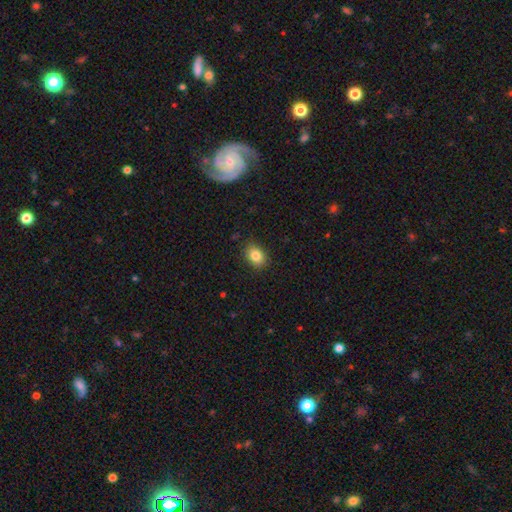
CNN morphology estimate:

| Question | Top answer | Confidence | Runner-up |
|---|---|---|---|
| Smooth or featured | smooth | 84% | star or artifact (9%) |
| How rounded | in between | 64% | round (35%) |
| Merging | none | 87% | minor disturbance (10%) |